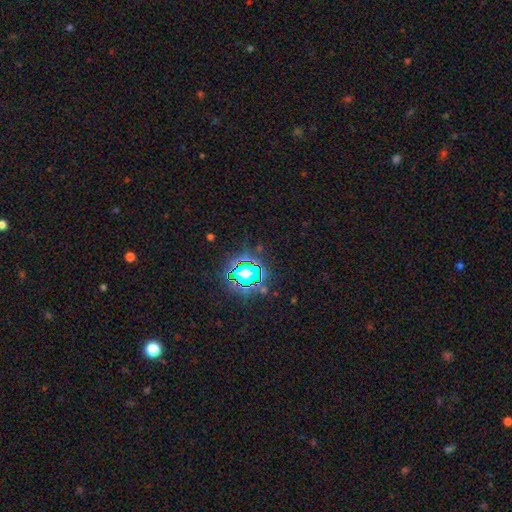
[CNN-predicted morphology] Q: Smooth or featured?
A: star or artifact (80%); runner-up: smooth (13%)